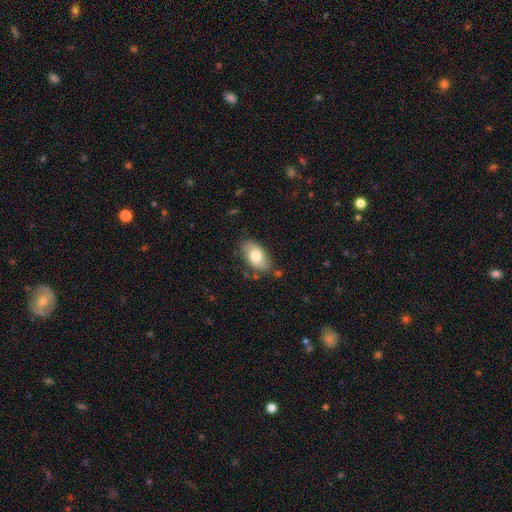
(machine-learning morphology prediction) This is likely a smooth galaxy (76%). How rounded: clearly in between (93%). Merging: likely none (75%).